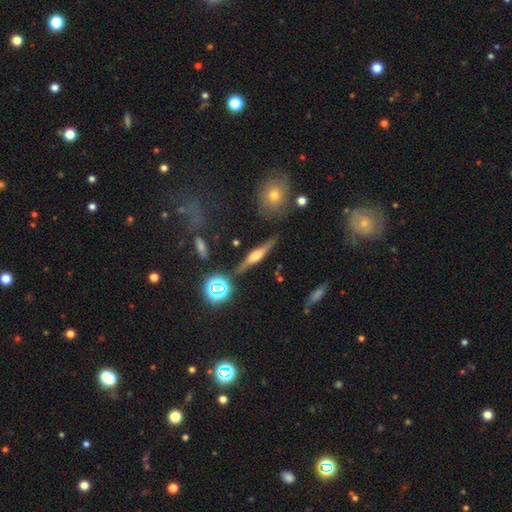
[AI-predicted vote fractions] Q: Smooth or featured?
A: featured or disk (66%); runner-up: smooth (24%)
Q: Edge-on disk?
A: yes (95%); runner-up: no (5%)
Q: Edge-on bulge?
A: rounded (79%); runner-up: boxy (16%)
Q: Merging?
A: none (81%); runner-up: minor disturbance (12%)